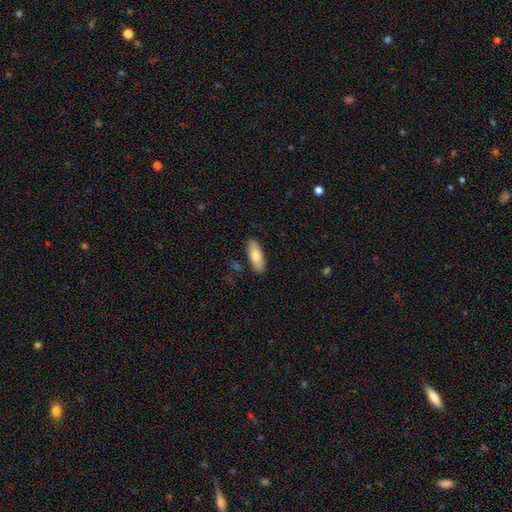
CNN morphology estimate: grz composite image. It shows a smooth galaxy with no disk features (75%) that is in between round and cigar-shaped (74%). Merging: none (87%).